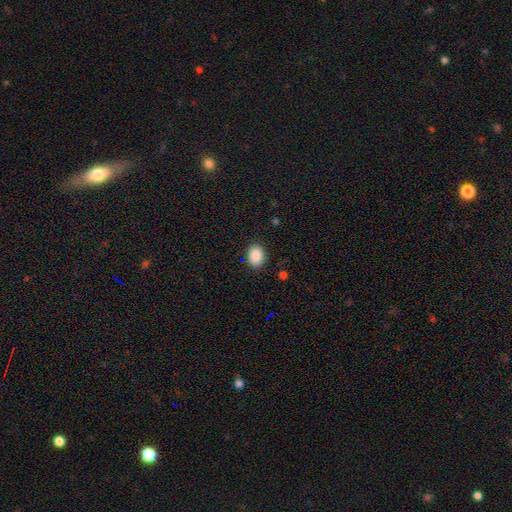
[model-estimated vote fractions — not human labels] Overall: smooth (90%). How rounded: in between (68%; round 31%). Merging: none (88%).